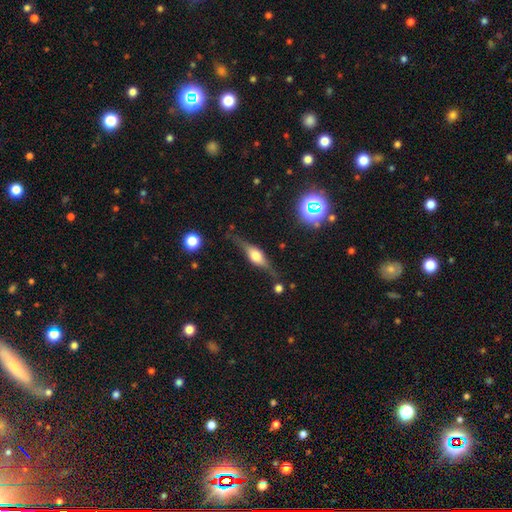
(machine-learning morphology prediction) A featured or disk galaxy (70%) viewed edge-on (94%) with a rounded central bulge (85%).

Vote fractions:
- Smooth or featured? featured or disk: 70% / smooth: 22% / star or artifact: 8%
- Edge-on disk? yes: 94% / no: 6%
- Edge-on bulge? rounded: 85% / boxy: 13% / none: 2%
- Merging? none: 75% / minor disturbance: 16% / major disturbance: 6% / merger: 3%